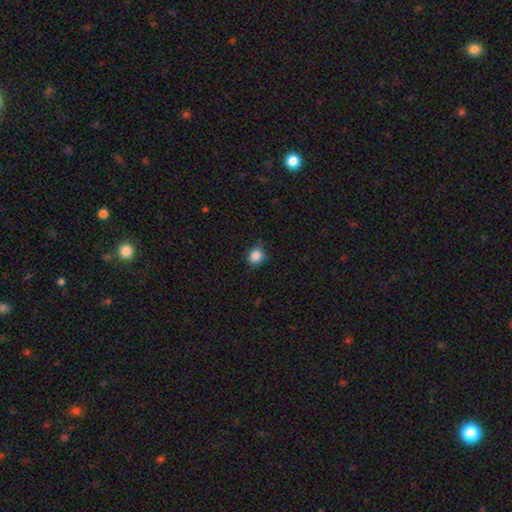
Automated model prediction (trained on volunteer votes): smooth_or_featured: smooth (p=0.86) [alt: star or artifact p=0.10]
how_rounded: round (p=0.86) [alt: in between p=0.13]
merging: none (p=0.81) [alt: minor disturbance p=0.15]